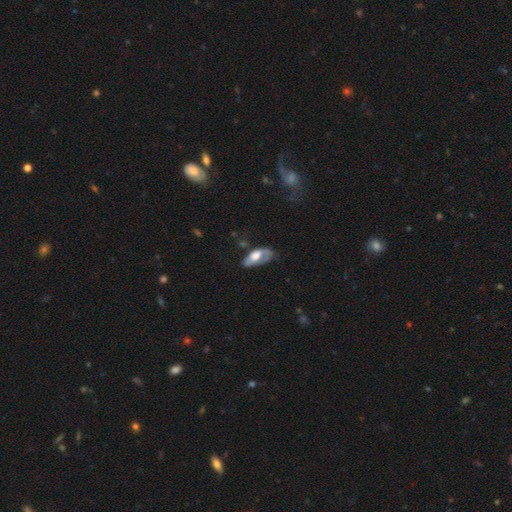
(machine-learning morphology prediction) Q: Smooth or featured?
A: featured or disk (47%); runner-up: smooth (46%)
Q: Merging?
A: none (37%); runner-up: minor disturbance (30%)